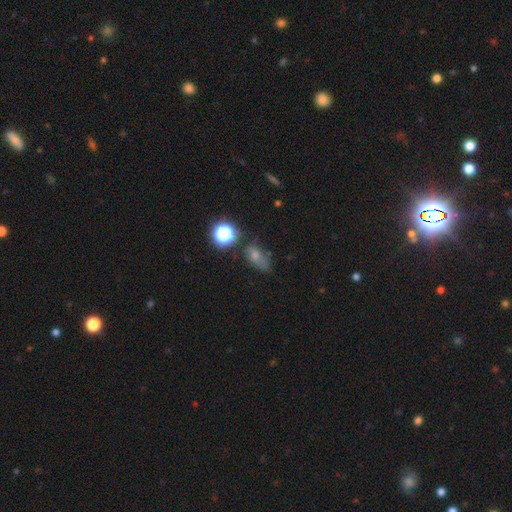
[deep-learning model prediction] smooth-or-featured: smooth: 61% | star or artifact: 21% | featured or disk: 18%
  how-rounded: in between: 76% | round: 19% | cigar-shaped: 5%
  merging: none: 43% | minor disturbance: 32% | major disturbance: 18% | merger: 7%